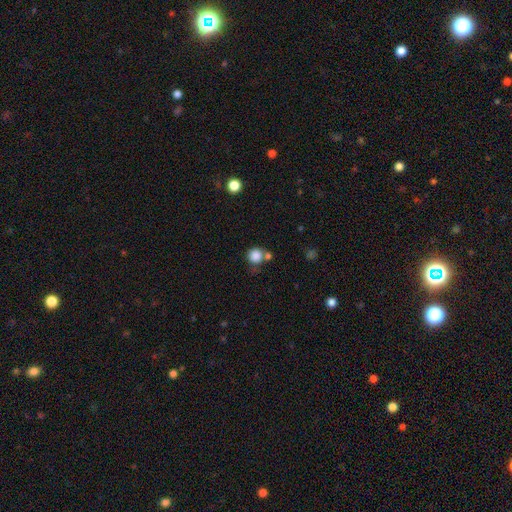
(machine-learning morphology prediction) This is clearly a smooth galaxy (85%). How rounded: clearly round (91%). Merging: likely none (61%).